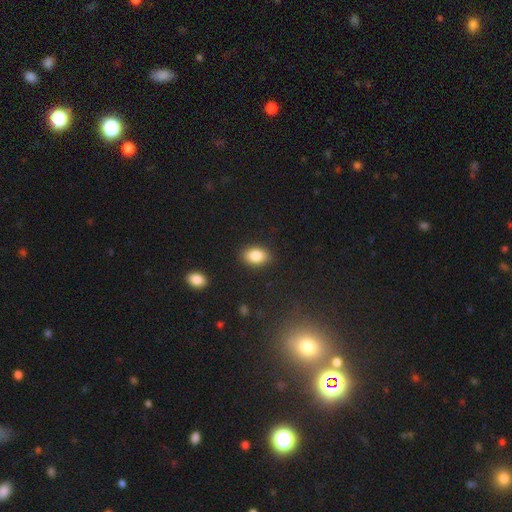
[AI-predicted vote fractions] Smooth or featured? smooth (86%)
How rounded? in between (87%)
Merging? none (87%)